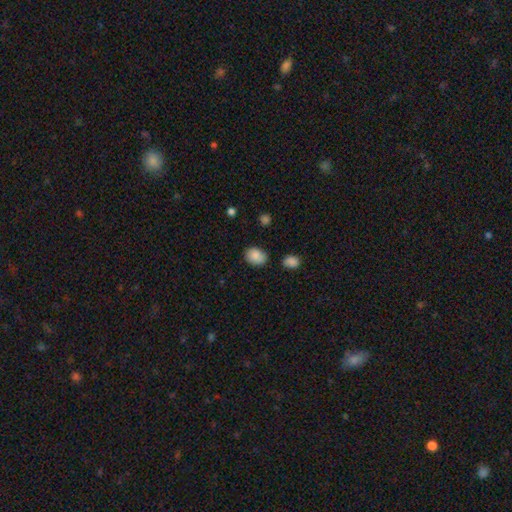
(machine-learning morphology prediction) type=smooth (86%); roundness=in between (66%); merging=none (69%).